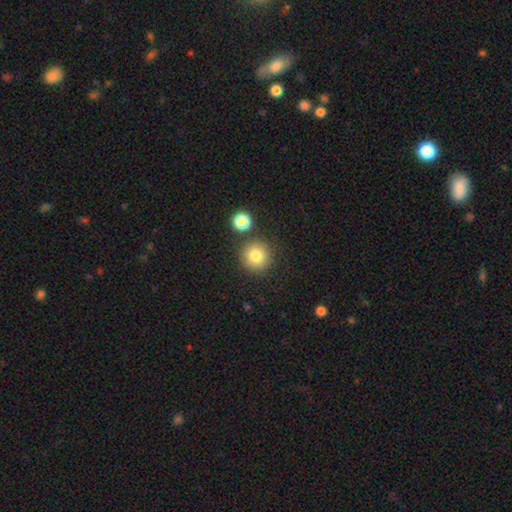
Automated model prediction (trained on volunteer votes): Smooth or featured? smooth (82%)
How rounded? round (94%)
Merging? none (81%)